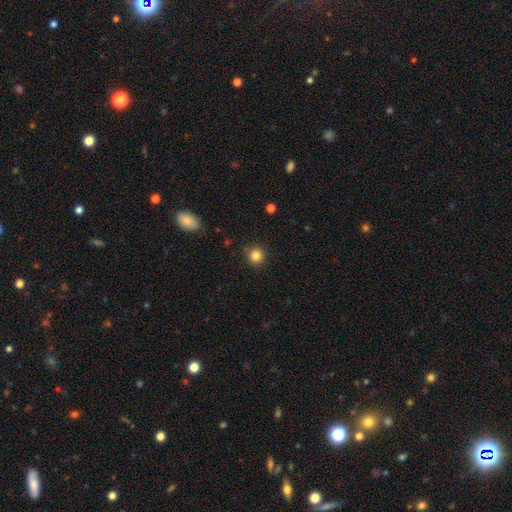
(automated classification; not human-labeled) Smooth or featured? smooth (84%)
How rounded? round (91%)
Merging? none (88%)